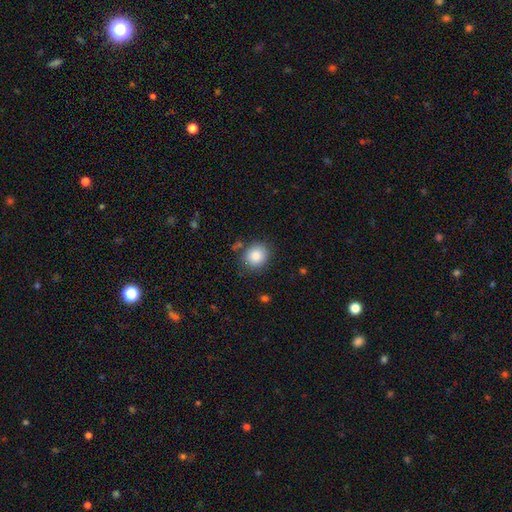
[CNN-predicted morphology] Smooth or featured? smooth (85%)
How rounded? round (80%)
Merging? none (84%)